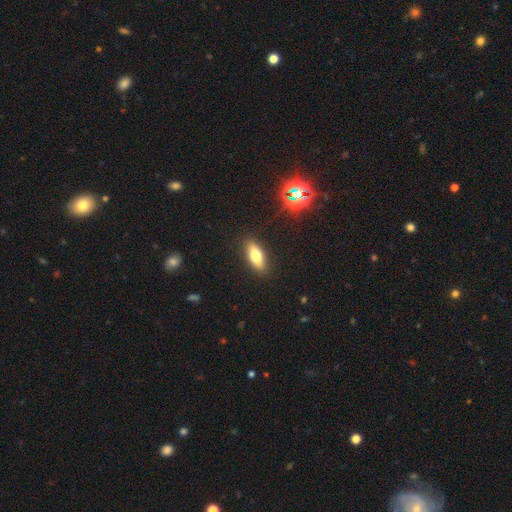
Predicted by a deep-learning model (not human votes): smooth-or-featured: smooth: 68% | featured or disk: 22% | star or artifact: 10%
  how-rounded: in between: 64% | cigar-shaped: 32% | round: 3%
  merging: none: 88% | minor disturbance: 8% | major disturbance: 2% | merger: 1%